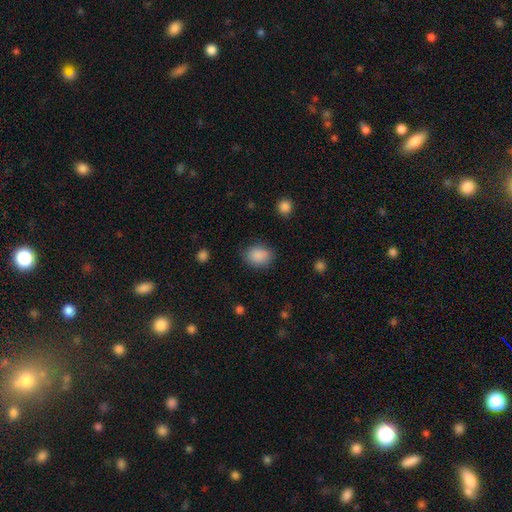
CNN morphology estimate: This appears to be a smooth galaxy with no disk features (88%) that is in between round and cigar-shaped (59%). Merging: none (80%).